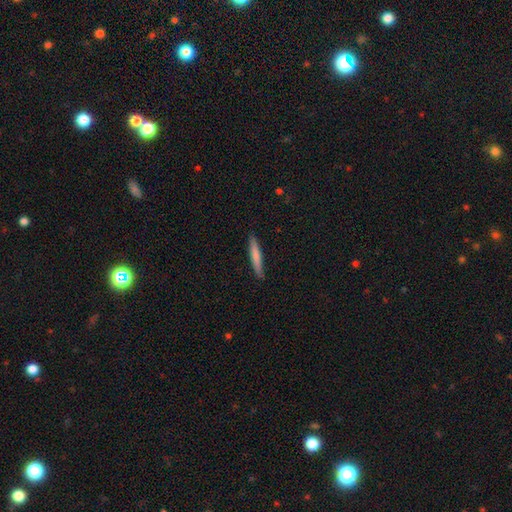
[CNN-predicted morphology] A smooth galaxy with no disk features (74%) that is cigar-shaped (94%). Merging: none (89%).